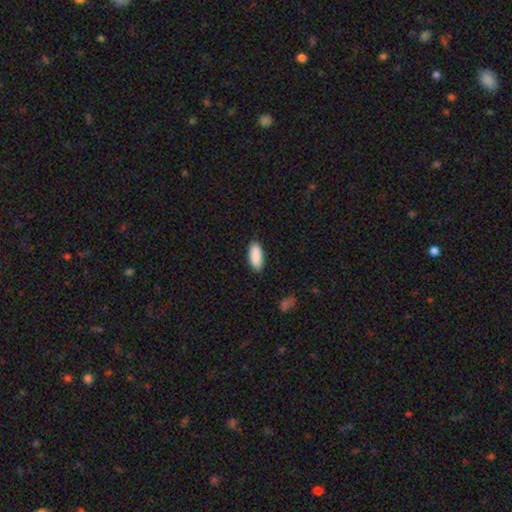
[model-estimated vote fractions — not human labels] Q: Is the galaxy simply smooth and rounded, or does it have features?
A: smooth — 91%.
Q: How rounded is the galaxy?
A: in between — 82%.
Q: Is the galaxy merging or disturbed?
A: none — 87%.